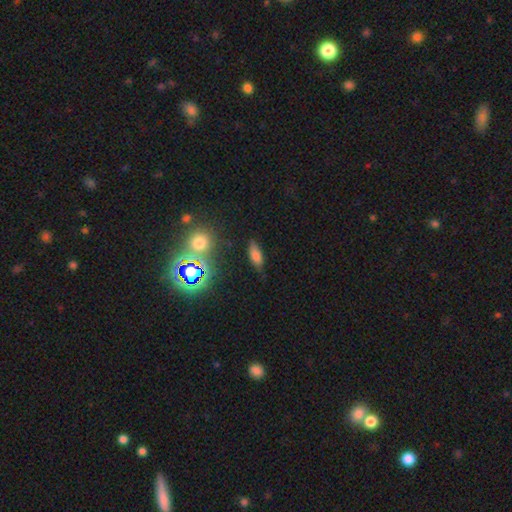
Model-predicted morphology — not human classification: type=smooth (70%); roundness=in between (75%); merging=none (77%).